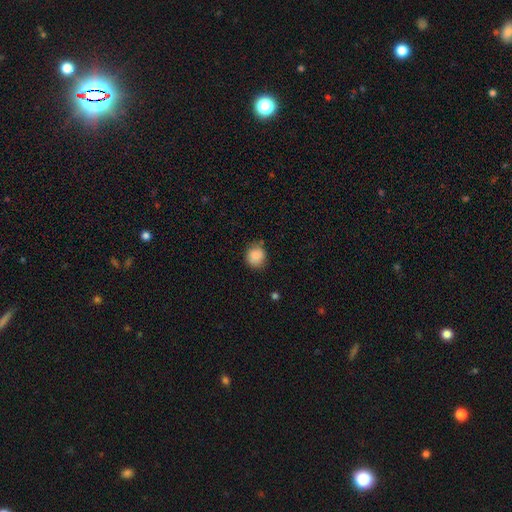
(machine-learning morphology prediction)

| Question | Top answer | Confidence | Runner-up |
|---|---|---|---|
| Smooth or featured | smooth | 86% | star or artifact (8%) |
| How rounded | round | 83% | in between (16%) |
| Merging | none | 76% | minor disturbance (18%) |